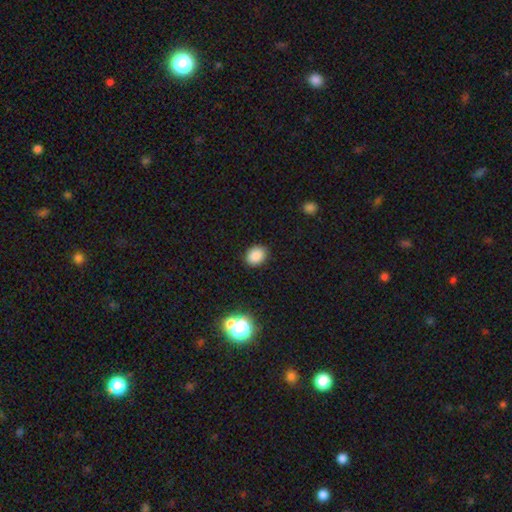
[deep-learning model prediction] Smooth or featured? smooth (86%)
How rounded? in between (50%)
Merging? none (88%)